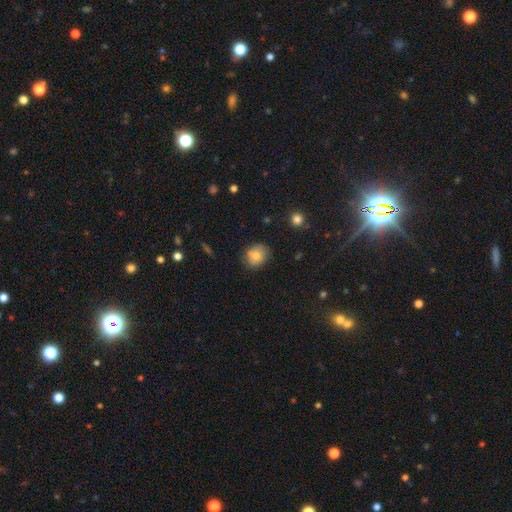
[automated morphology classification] Smooth or featured?
  - smooth: 74% *
  - featured or disk: 16%
  - star or artifact: 10%
How rounded?
  - round: 69% *
  - in between: 30%
  - cigar-shaped: 1%
Merging?
  - none: 73% *
  - minor disturbance: 20%
  - major disturbance: 4%
  - merger: 2%